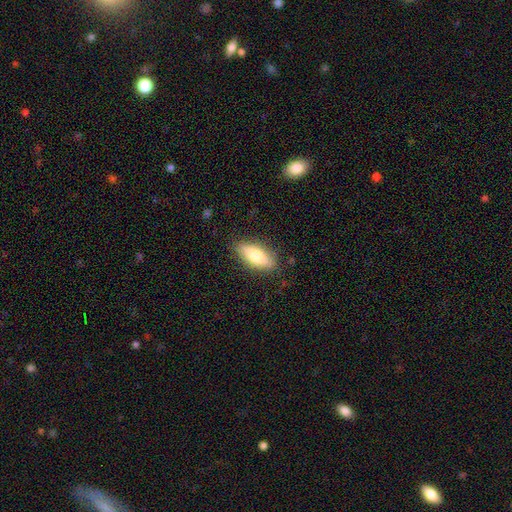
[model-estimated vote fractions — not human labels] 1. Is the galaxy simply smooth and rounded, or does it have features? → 75% smooth, 18% featured or disk, 6% star or artifact.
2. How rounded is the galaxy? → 75% in between, 23% cigar-shaped, 3% round.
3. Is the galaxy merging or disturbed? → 84% none, 12% minor disturbance, 3% major disturbance, 1% merger.